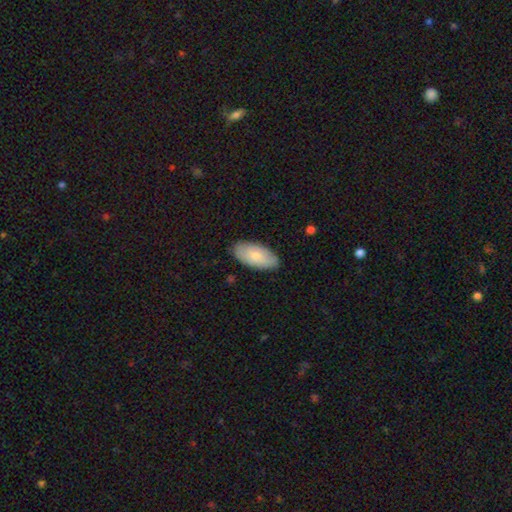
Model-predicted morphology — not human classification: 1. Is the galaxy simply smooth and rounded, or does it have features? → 75% smooth, 20% featured or disk, 5% star or artifact.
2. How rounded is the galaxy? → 94% in between, 4% cigar-shaped, 2% round.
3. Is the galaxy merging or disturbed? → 85% none, 12% minor disturbance, 2% major disturbance, 1% merger.